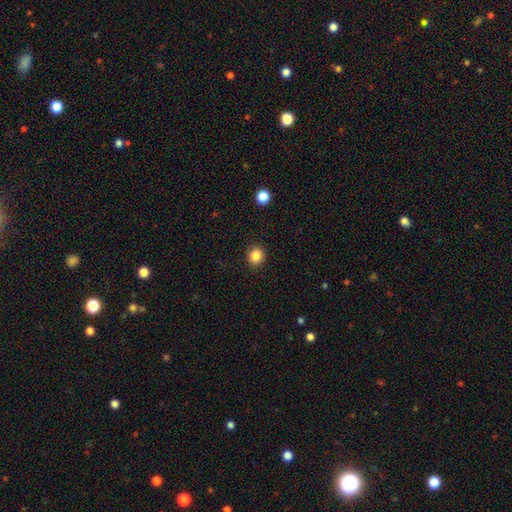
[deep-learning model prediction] Q: Smooth or featured?
A: smooth (85%); runner-up: star or artifact (11%)
Q: How rounded?
A: round (86%); runner-up: in between (13%)
Q: Merging?
A: none (92%); runner-up: minor disturbance (5%)